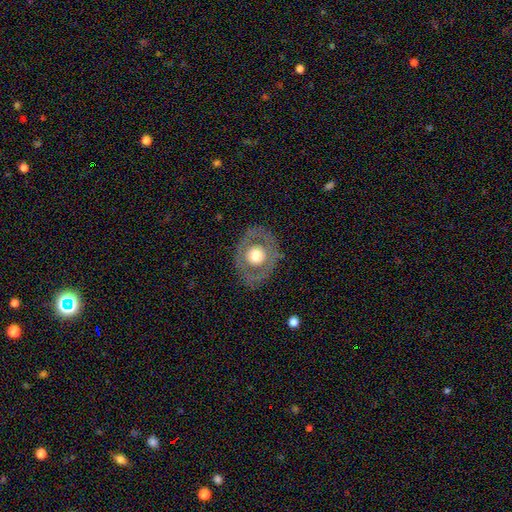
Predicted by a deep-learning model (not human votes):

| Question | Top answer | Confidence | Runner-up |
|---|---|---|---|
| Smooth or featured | featured or disk | 48% | smooth (46%) |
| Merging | none | 81% | minor disturbance (11%) |